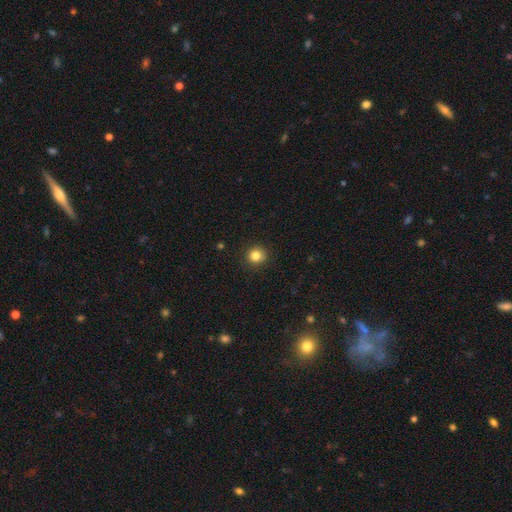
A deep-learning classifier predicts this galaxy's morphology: Overall: smooth (83%). How rounded: round (92%). Merging: none (91%).